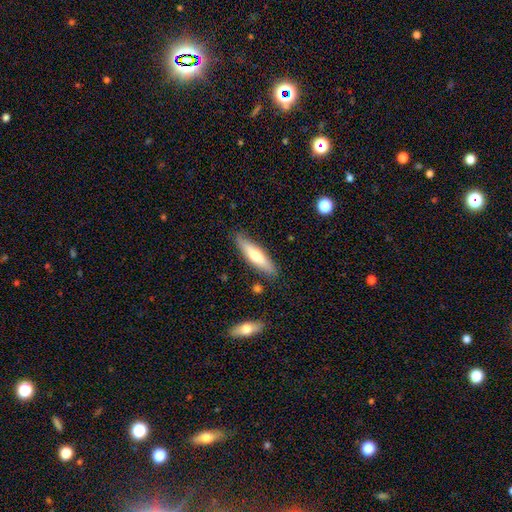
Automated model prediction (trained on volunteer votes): Smooth or featured: smooth — 58% (featured or disk — 36%)
How rounded: cigar-shaped — 75% (in between — 23%)
Merging: none — 85% (minor disturbance — 11%)